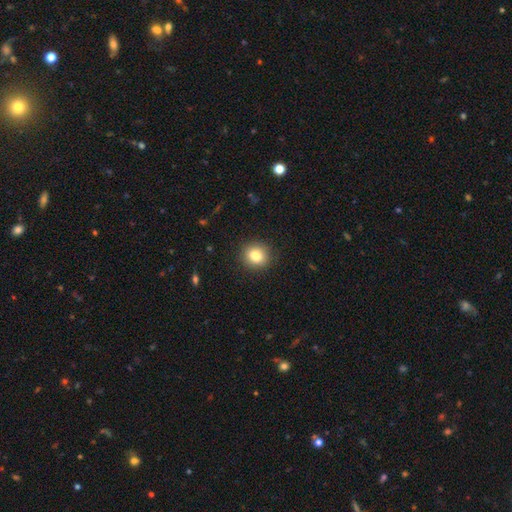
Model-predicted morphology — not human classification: smooth-or-featured: smooth: 82% | star or artifact: 10% | featured or disk: 7%
  how-rounded: round: 82% | in between: 17% | cigar-shaped: 1%
  merging: none: 91% | minor disturbance: 6% | major disturbance: 2% | merger: 1%